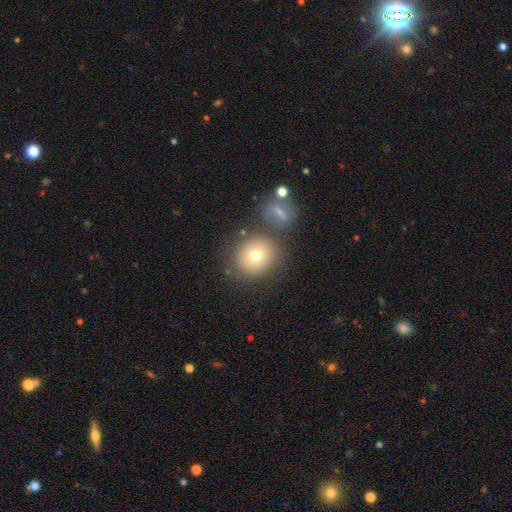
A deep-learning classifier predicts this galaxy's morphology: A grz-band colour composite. It shows a smooth galaxy with no disk features (71%) that is round (81%). Merging: none (70%).